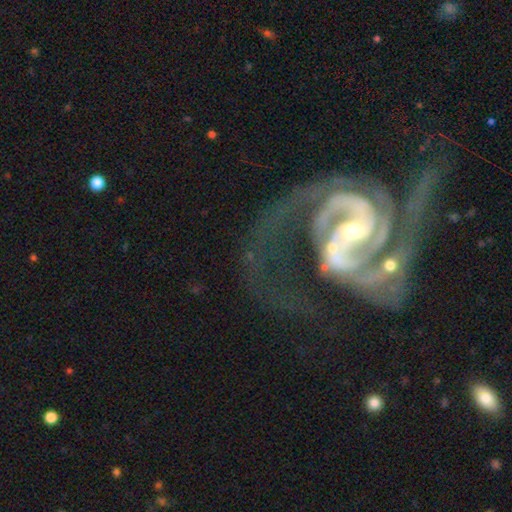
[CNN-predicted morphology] type=featured or disk (93%); edge-on=no (98%); bar=weak (40%); spiral arms=yes (98%); winding=medium (56%); arm count=2 (86%); bulge=small (59%); merging=none (42%).